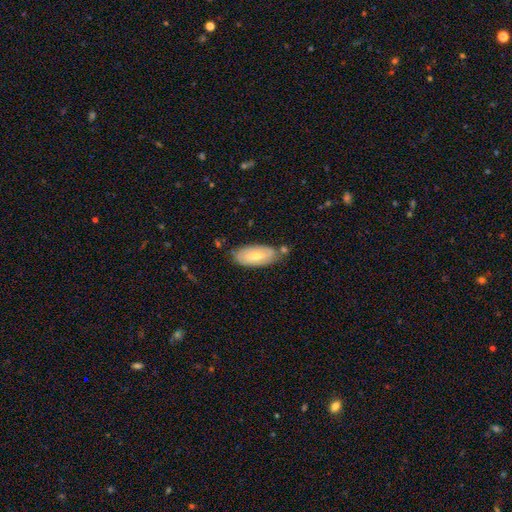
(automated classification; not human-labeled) Smooth or featured?
  - smooth: 50% *
  - featured or disk: 43%
  - star or artifact: 7%
How rounded?
  - in between: 86% *
  - cigar-shaped: 12%
  - round: 2%
Merging?
  - none: 71% *
  - minor disturbance: 19%
  - merger: 6%
  - major disturbance: 4%